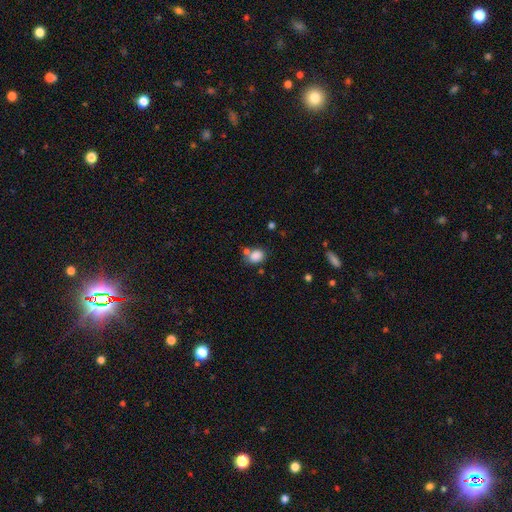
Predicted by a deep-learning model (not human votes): This appears to be a smooth galaxy with no disk features (84%) that is in between round and cigar-shaped (60%). Merging: none (53%).